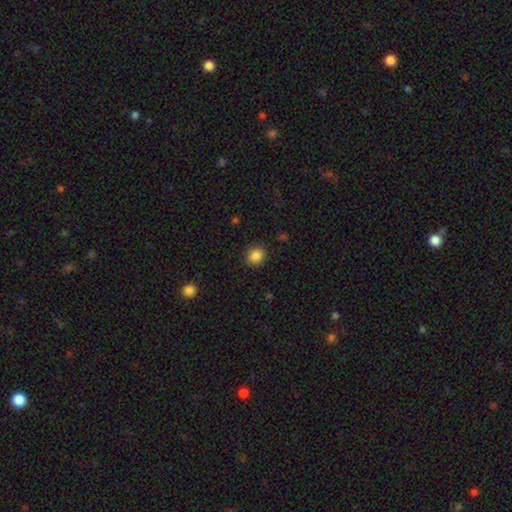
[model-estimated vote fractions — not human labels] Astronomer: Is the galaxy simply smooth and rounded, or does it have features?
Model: smooth — 86%.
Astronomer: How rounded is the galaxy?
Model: round — 83%.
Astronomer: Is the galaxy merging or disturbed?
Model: none — 90%.